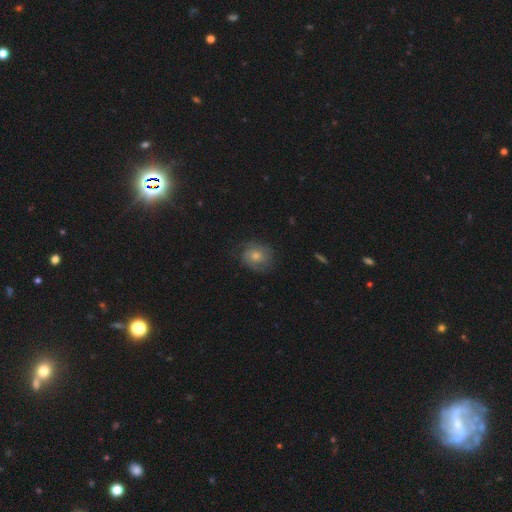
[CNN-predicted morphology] smooth_or_featured: featured or disk (p=0.44) [alt: smooth p=0.38]
merging: none (p=0.75) [alt: minor disturbance p=0.17]